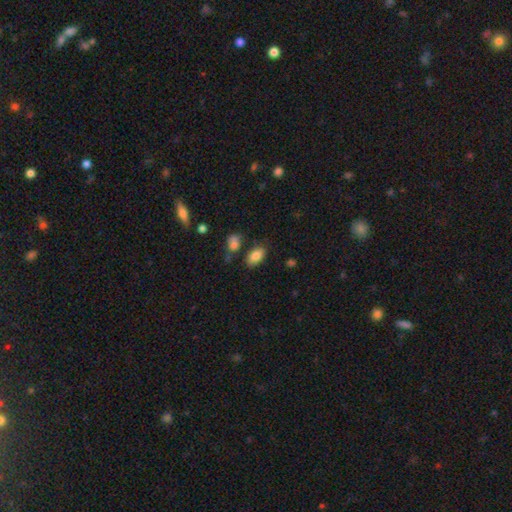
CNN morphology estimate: This is clearly a smooth galaxy (84%). How rounded: clearly in between (93%). Merging: likely none (75%).